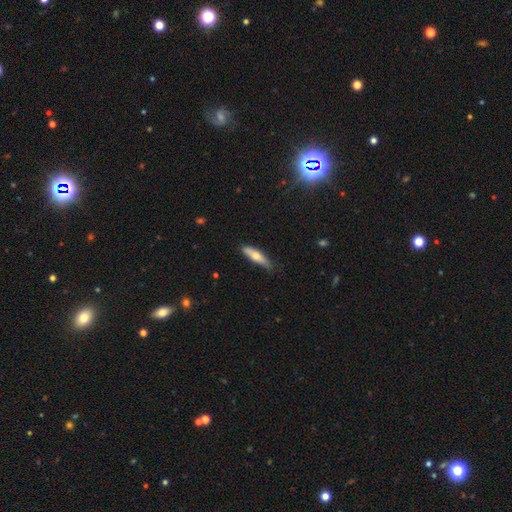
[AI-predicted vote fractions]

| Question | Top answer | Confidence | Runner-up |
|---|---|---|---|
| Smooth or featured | smooth | 60% | featured or disk (35%) |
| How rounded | cigar-shaped | 67% | in between (31%) |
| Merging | none | 77% | minor disturbance (19%) |